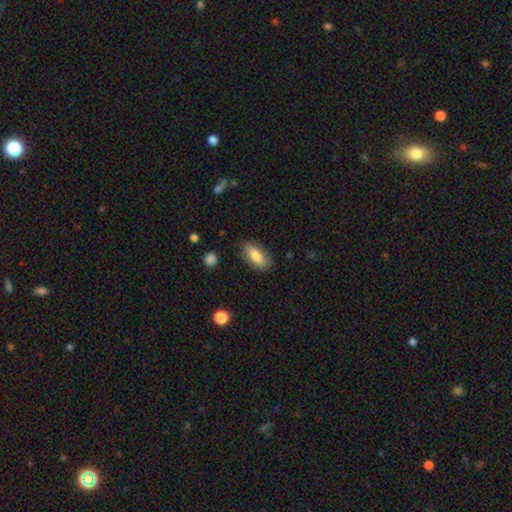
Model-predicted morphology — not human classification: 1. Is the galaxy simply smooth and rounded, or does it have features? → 79% smooth, 14% featured or disk, 7% star or artifact.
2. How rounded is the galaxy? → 84% in between, 13% cigar-shaped, 4% round.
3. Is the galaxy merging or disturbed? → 83% none, 13% minor disturbance, 3% major disturbance, 1% merger.